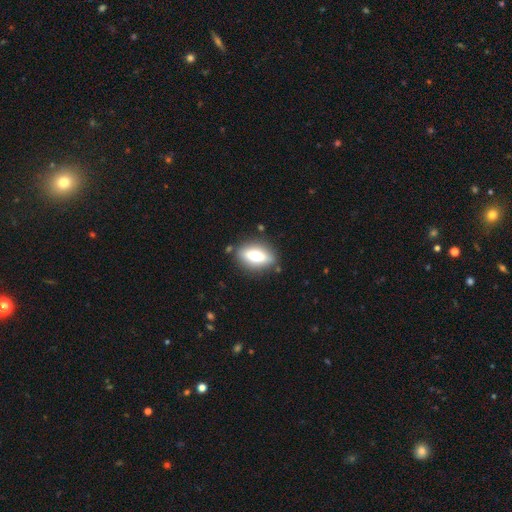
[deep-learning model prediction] This is likely a smooth galaxy (60%). How rounded: likely in between (77%). Merging: clearly none (83%).